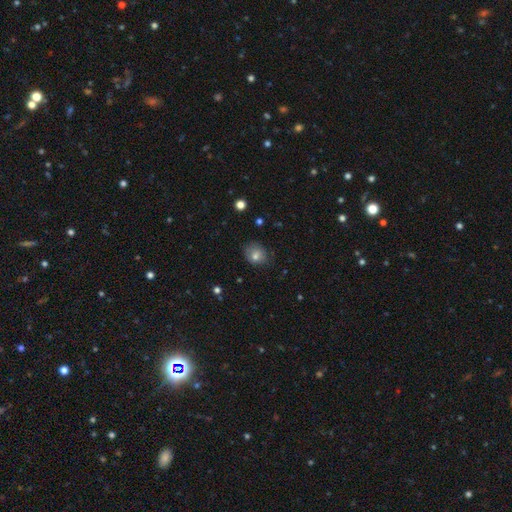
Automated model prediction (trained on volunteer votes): The model was most divided on "how rounded": round: 58%, in between: 41%, cigar-shaped: 1%. More confident: smooth or featured — smooth (75%); merging — none (70%).